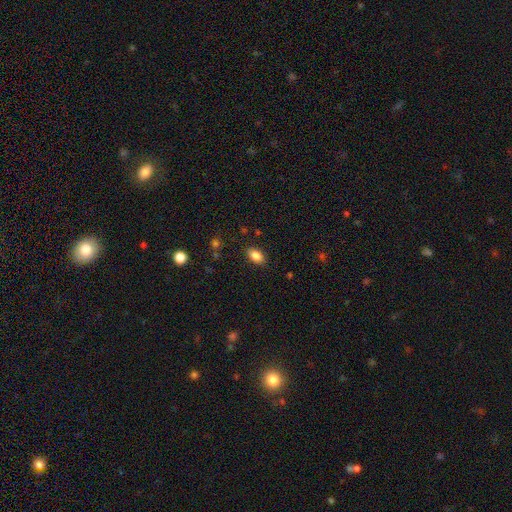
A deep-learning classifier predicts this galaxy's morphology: smooth_or_featured: smooth (p=0.85) [alt: star or artifact p=0.09]
how_rounded: in between (p=0.90) [alt: round p=0.08]
merging: none (p=0.87) [alt: minor disturbance p=0.09]